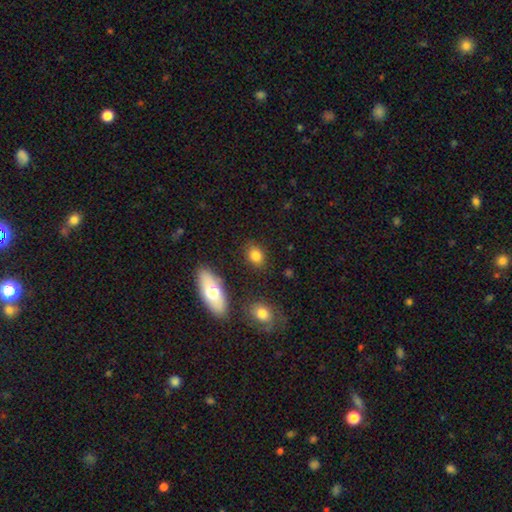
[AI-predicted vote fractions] Smooth or featured? Predicted: smooth (p=0.84). How rounded? Predicted: in between (p=0.57). Merging? Predicted: none (p=0.84).